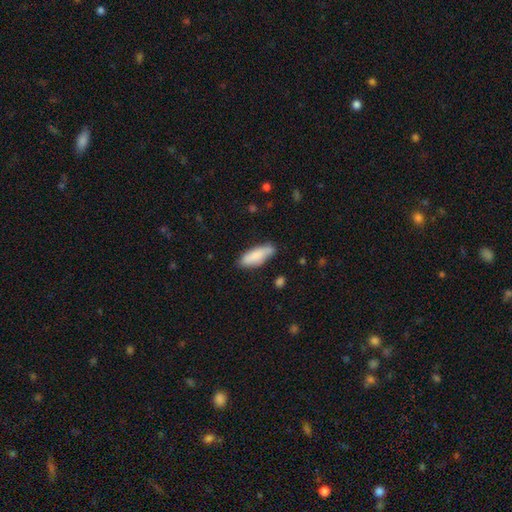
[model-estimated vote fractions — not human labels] smooth_or_featured: smooth (p=0.84) [alt: featured or disk p=0.10]
how_rounded: in between (p=0.63) [alt: cigar-shaped p=0.36]
merging: none (p=0.74) [alt: minor disturbance p=0.20]